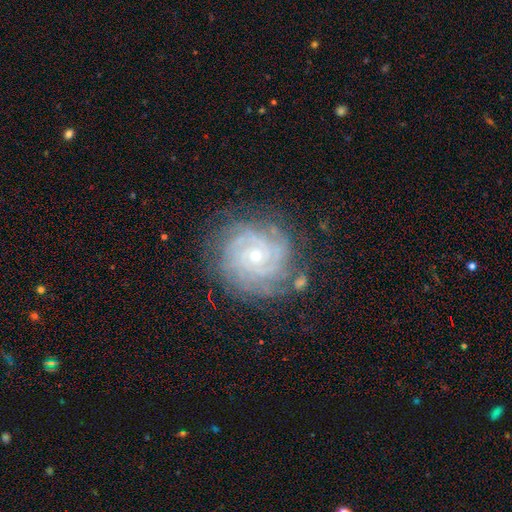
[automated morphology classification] smooth_or_featured: featured or disk (p=0.86) [alt: star or artifact p=0.07]
disk_edge_on: no (p=0.98) [alt: yes p=0.02]
bar: no (p=0.79) [alt: weak p=0.16]
has_spiral_arms: yes (p=0.97) [alt: no p=0.03]
spiral_winding: tight (p=0.82) [alt: medium p=0.15]
spiral_arm_count: can't tell (p=0.25) [alt: 4 p=0.24]
bulge_size: small (p=0.73) [alt: moderate p=0.25]
merging: none (p=0.77) [alt: minor disturbance p=0.15]